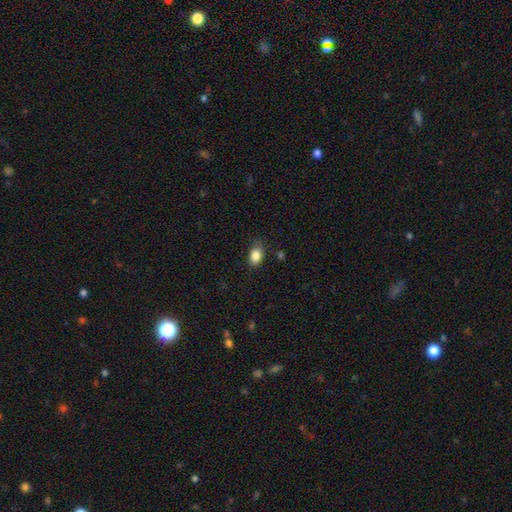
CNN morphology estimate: Overall: smooth (85%). How rounded: in between (80%). Merging: none (78%).